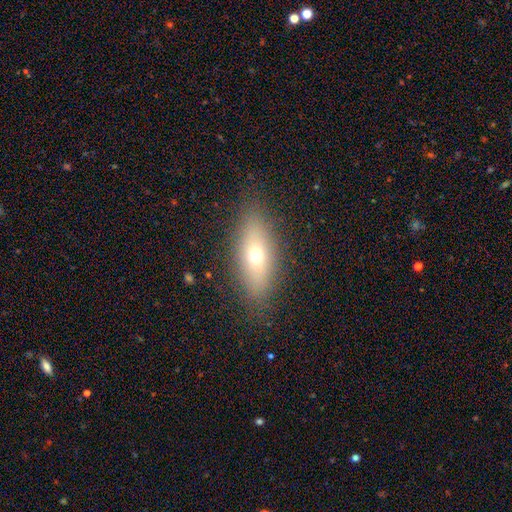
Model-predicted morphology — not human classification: Smooth or featured?
  - smooth: 57% *
  - featured or disk: 33%
  - star or artifact: 10%
How rounded?
  - in between: 57% *
  - cigar-shaped: 39%
  - round: 5%
Merging?
  - none: 87% *
  - minor disturbance: 9%
  - major disturbance: 3%
  - merger: 1%